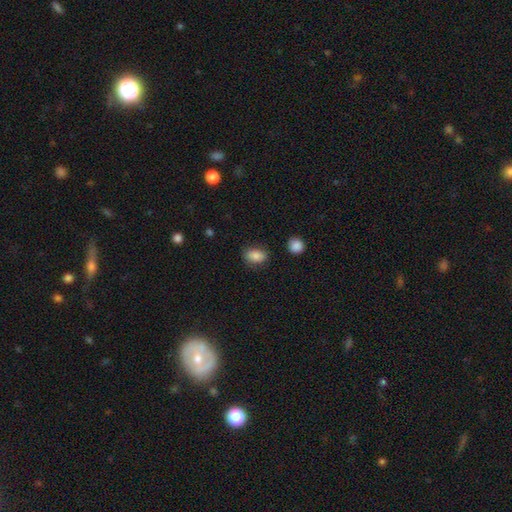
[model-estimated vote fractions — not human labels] A smooth galaxy with no disk features (85%) that is in between round and cigar-shaped (82%). Merging: none (78%).